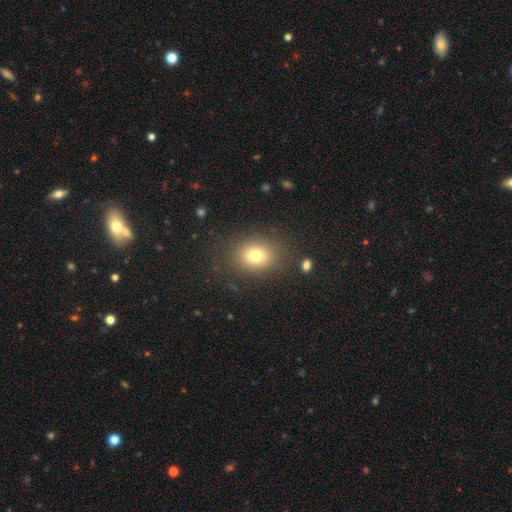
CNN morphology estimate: smooth_or_featured: smooth (p=0.75) [alt: star or artifact p=0.14]
how_rounded: round (p=0.59) [alt: in between p=0.40]
merging: none (p=0.83) [alt: minor disturbance p=0.10]